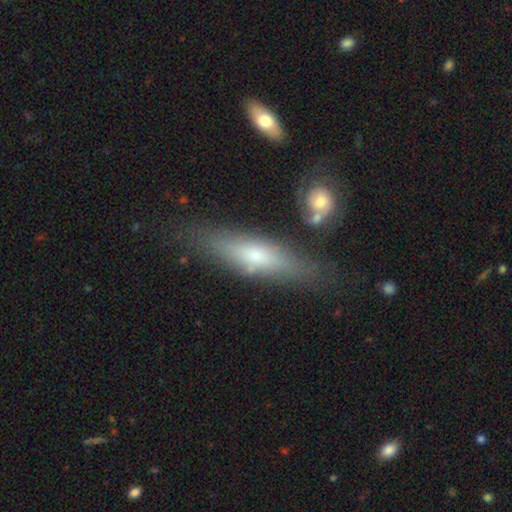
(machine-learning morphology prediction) A smooth galaxy with no disk features (52%) that is cigar-shaped (66%).

Vote fractions:
- Smooth or featured? smooth: 52% / featured or disk: 40% / star or artifact: 8%
- How rounded? cigar-shaped: 66% / in between: 32% / round: 2%
- Merging? none: 75% / minor disturbance: 14% / merger: 6% / major disturbance: 5%